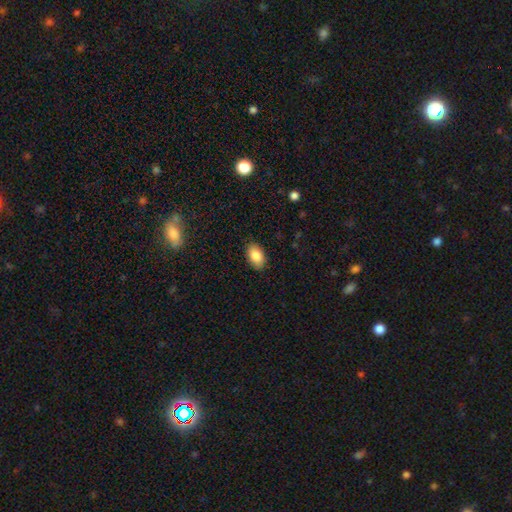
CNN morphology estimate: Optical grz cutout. It shows a smooth galaxy with no disk features (86%) that is in between round and cigar-shaped (90%). Merging: none (87%).